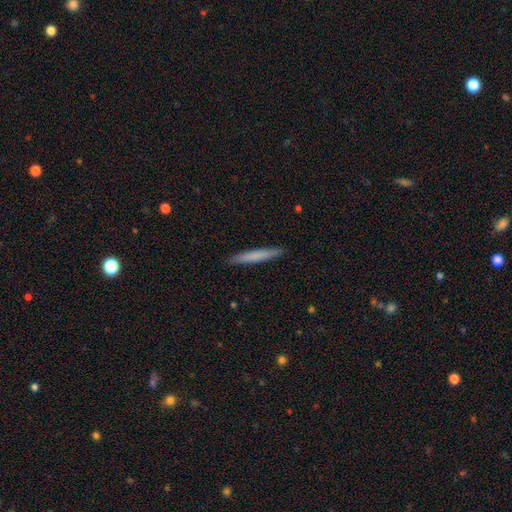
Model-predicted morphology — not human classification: A smooth galaxy with no disk features (71%) that is cigar-shaped (96%).

Vote fractions:
- Smooth or featured? smooth: 71% / featured or disk: 24% / star or artifact: 6%
- How rounded? cigar-shaped: 96% / in between: 3% / round: 1%
- Merging? none: 91% / minor disturbance: 6% / major disturbance: 1% / merger: 1%